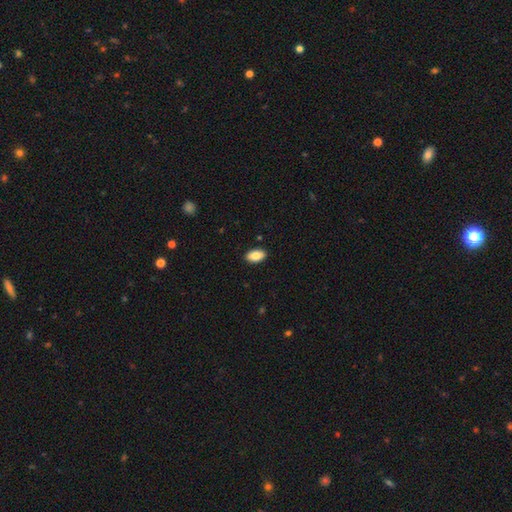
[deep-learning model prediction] smooth_or_featured: smooth (p=0.82) [alt: featured or disk p=0.11]
how_rounded: in between (p=0.93) [alt: round p=0.05]
merging: none (p=0.90) [alt: minor disturbance p=0.07]